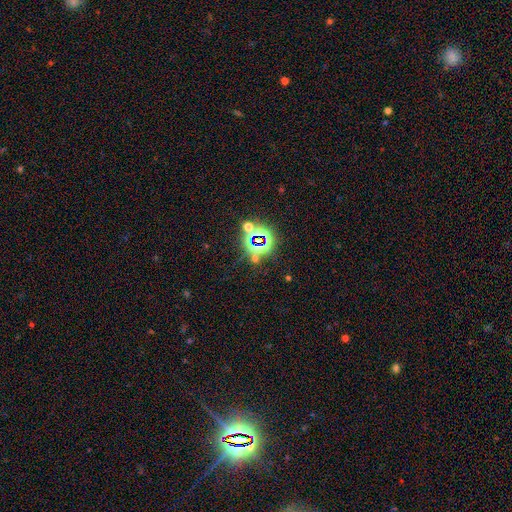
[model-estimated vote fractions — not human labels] A star or artifact, not a galaxy (78%).

Vote fractions:
- Smooth or featured? star or artifact: 78% / smooth: 13% / featured or disk: 9%